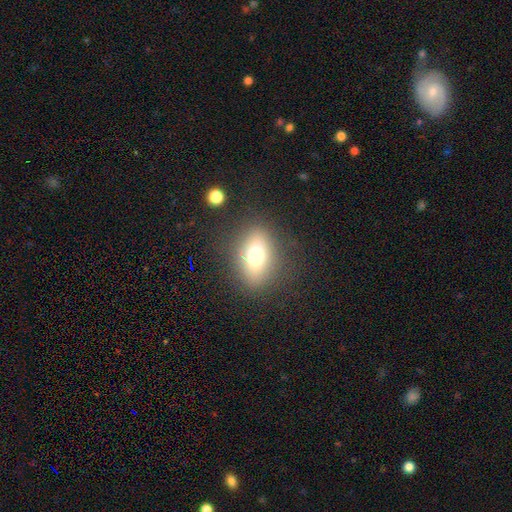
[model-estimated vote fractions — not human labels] Overall: smooth (68%). How rounded: in between (63%; round 35%). Merging: none (81%).